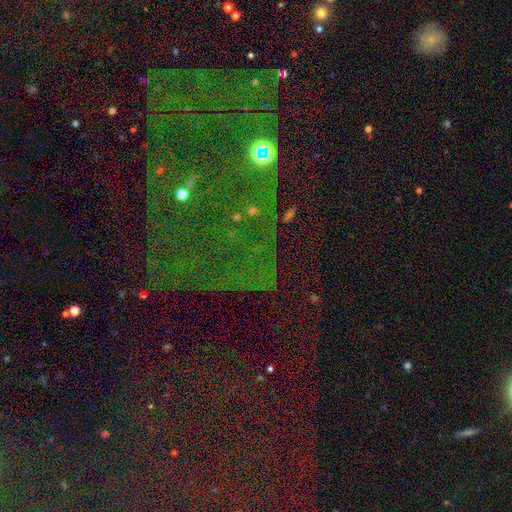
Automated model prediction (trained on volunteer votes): This appears to be a star or artifact, not a galaxy (79%).